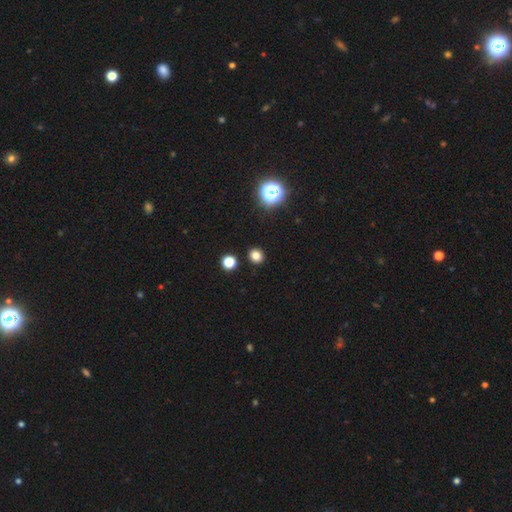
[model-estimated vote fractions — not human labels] This appears to be a smooth galaxy with no disk features (79%) that is round (83%). Merging: none (90%).